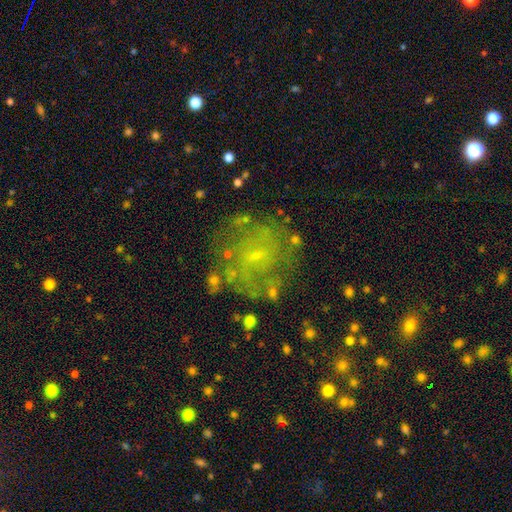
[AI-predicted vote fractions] Smooth or featured: featured or disk — 54% (smooth — 27%)
Edge-on disk: no — 97% (yes — 3%)
Bar: no — 68% (weak — 26%)
Spiral arms: yes — 59% (no — 41%)
Bulge size: small — 67% (none — 16%)
Merging: none — 70% (minor disturbance — 17%)